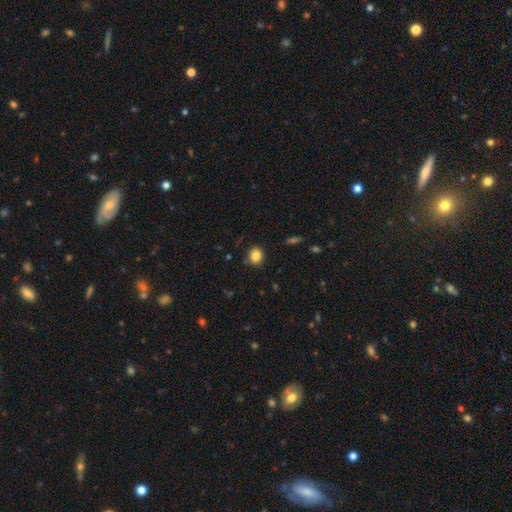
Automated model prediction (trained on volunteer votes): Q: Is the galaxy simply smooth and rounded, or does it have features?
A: smooth — 84%.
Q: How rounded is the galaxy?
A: round — 77%.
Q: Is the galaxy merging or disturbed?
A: none — 86%.